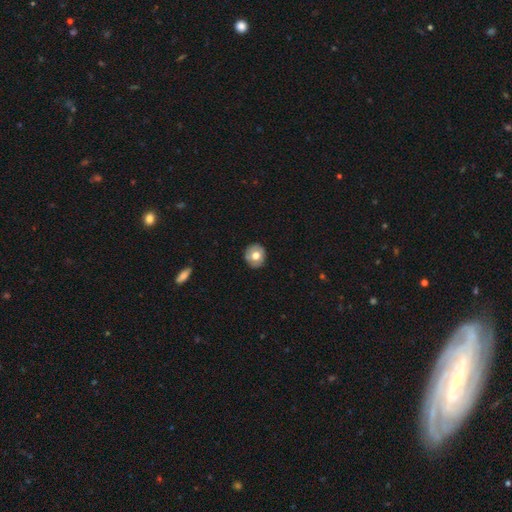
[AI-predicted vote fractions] Smooth or featured? Predicted: smooth (p=0.64). How rounded? Predicted: round (p=0.87). Merging? Predicted: none (p=0.87).